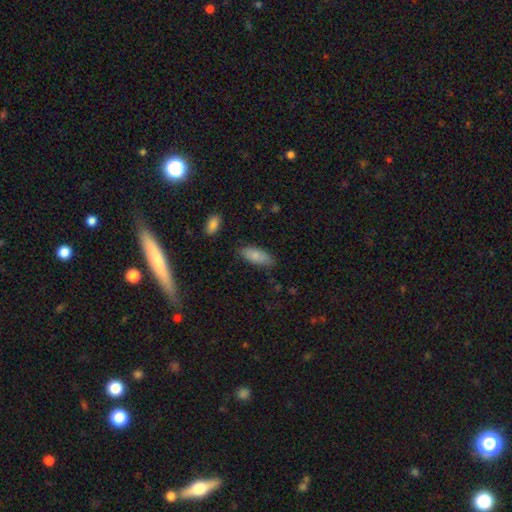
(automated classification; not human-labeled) Smooth or featured: smooth — 84% (featured or disk — 9%)
How rounded: in between — 78% (cigar-shaped — 20%)
Merging: none — 77% (minor disturbance — 17%)